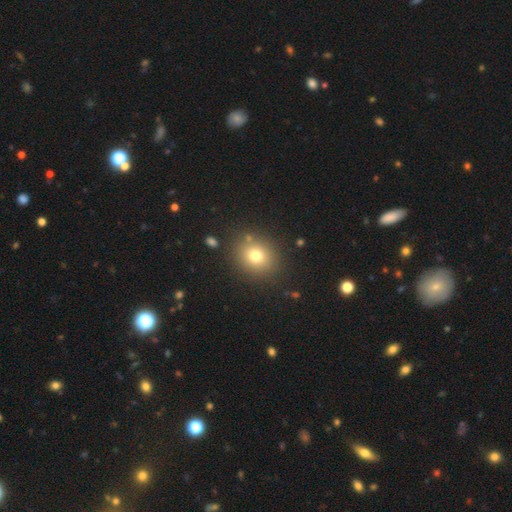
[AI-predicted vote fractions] Morphology: type=smooth (75%); roundness=round (74%); merging=none (85%).